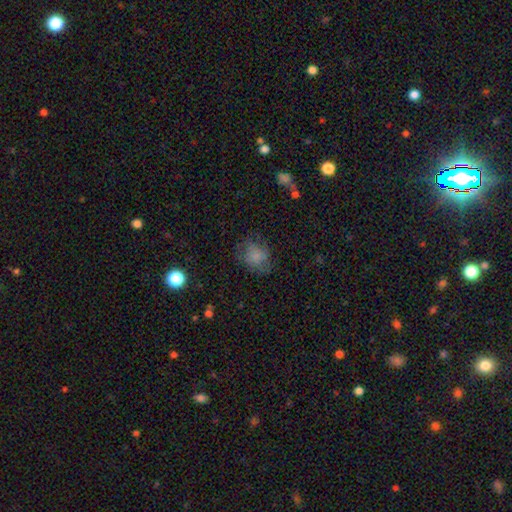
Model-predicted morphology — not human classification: A smooth galaxy with no disk features (72%) that is round (59%). Merging: none (59%).